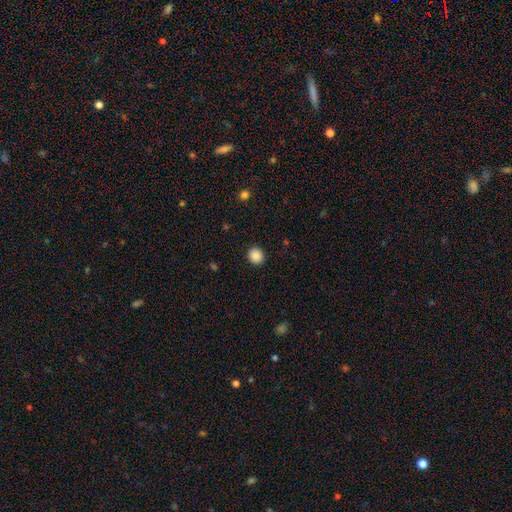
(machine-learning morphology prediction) This is clearly a smooth galaxy (88%). How rounded: clearly round (84%). Merging: clearly none (91%).